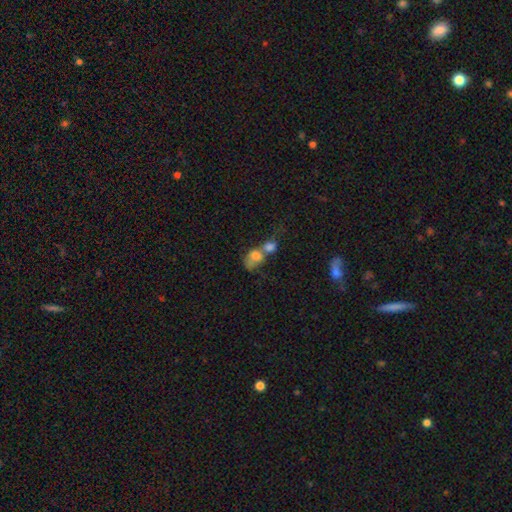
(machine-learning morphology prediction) Smooth or featured? Predicted: smooth (p=0.69). How rounded? Predicted: in between (p=0.60). Merging? Predicted: merger (p=0.75).